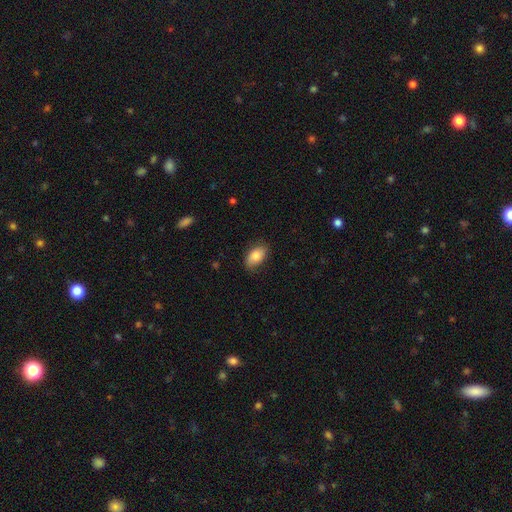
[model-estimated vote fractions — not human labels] smooth-or-featured: smooth: 81% | featured or disk: 12% | star or artifact: 7%
  how-rounded: in between: 92% | round: 6% | cigar-shaped: 2%
  merging: none: 78% | minor disturbance: 17% | major disturbance: 3% | merger: 1%